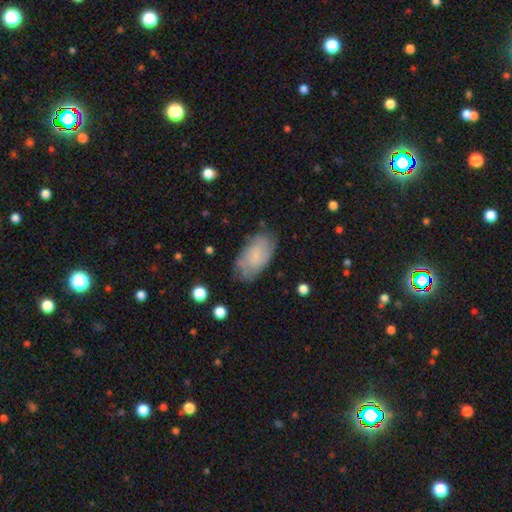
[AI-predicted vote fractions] Morphology: type=smooth (57%); roundness=in between (94%); merging=none (69%).